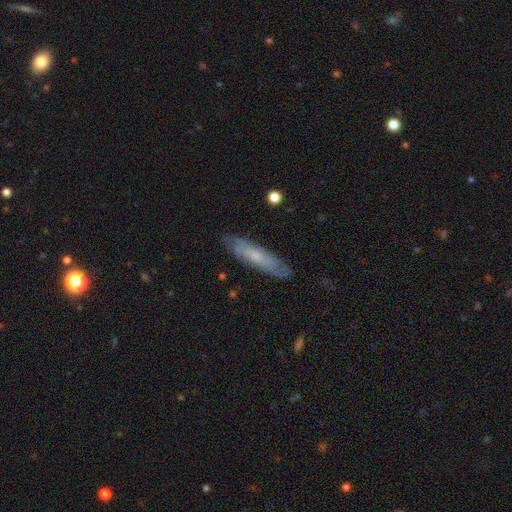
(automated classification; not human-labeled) Overall: featured or disk (50%; smooth 44%). Merging: none (81%).